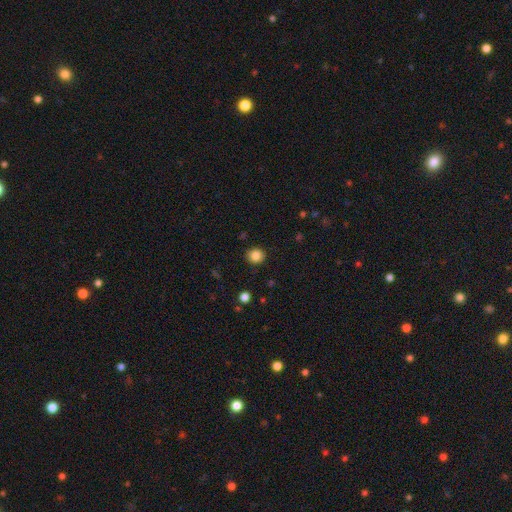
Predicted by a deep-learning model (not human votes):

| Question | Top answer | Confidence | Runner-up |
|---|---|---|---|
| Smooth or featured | smooth | 84% | star or artifact (11%) |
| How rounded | round | 85% | in between (14%) |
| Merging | none | 89% | minor disturbance (8%) |